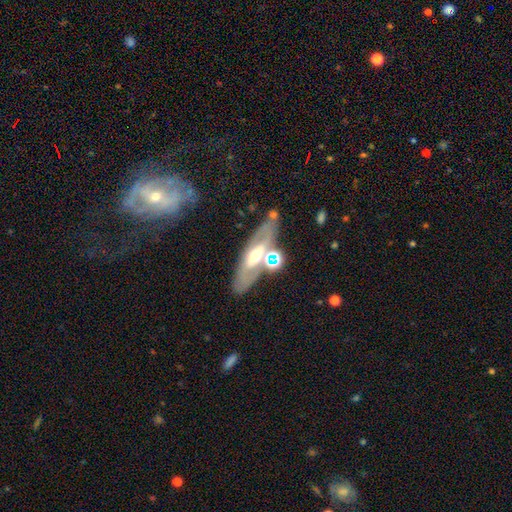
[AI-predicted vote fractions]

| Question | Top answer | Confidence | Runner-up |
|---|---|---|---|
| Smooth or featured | featured or disk | 64% | smooth (26%) |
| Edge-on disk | no | 70% | yes (30%) |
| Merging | none | 68% | minor disturbance (15%) |